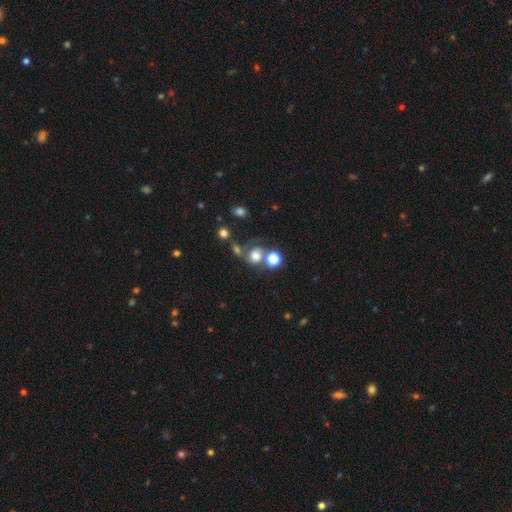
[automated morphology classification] A smooth galaxy with no disk features (60%) that is round (72%).

Vote fractions:
- Smooth or featured? smooth: 60% / featured or disk: 25% / star or artifact: 15%
- How rounded? round: 72% / in between: 27% / cigar-shaped: 1%
- Merging? none: 38% / merger: 33% / major disturbance: 15% / minor disturbance: 14%